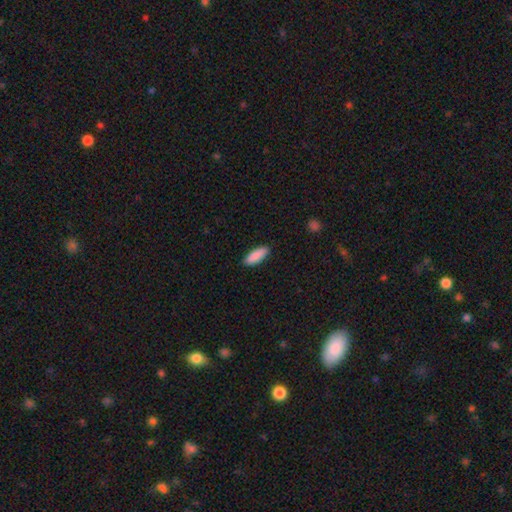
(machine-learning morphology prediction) smooth_or_featured: smooth (p=0.90) [alt: star or artifact p=0.06]
how_rounded: in between (p=0.65) [alt: cigar-shaped p=0.34]
merging: none (p=0.89) [alt: minor disturbance p=0.08]